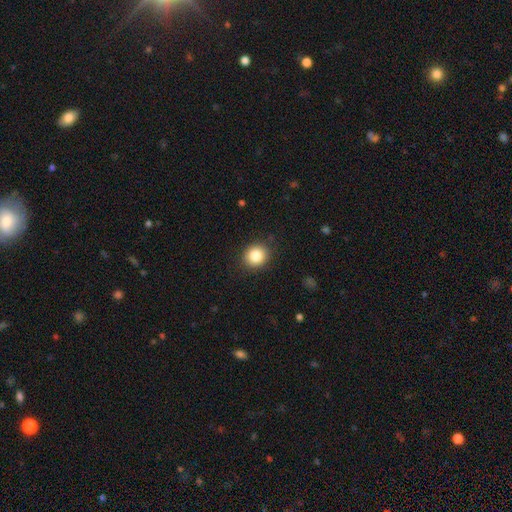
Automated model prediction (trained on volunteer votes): A smooth galaxy with no disk features (84%) that is round (80%). Merging: none (89%).